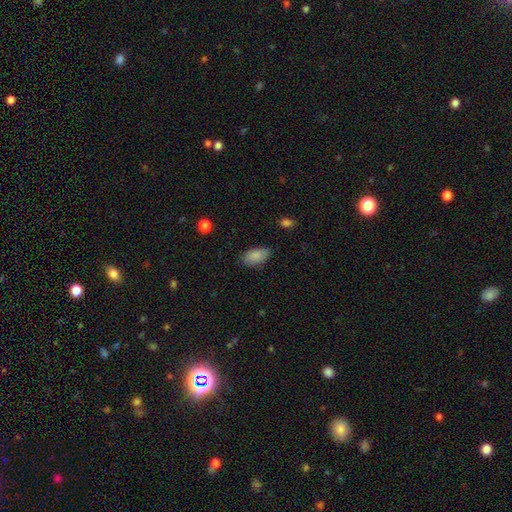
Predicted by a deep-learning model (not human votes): smooth 88%, star or artifact 8%, featured or disk 5%. Down the decision tree: how rounded — in between (93%); merging — none (79%).